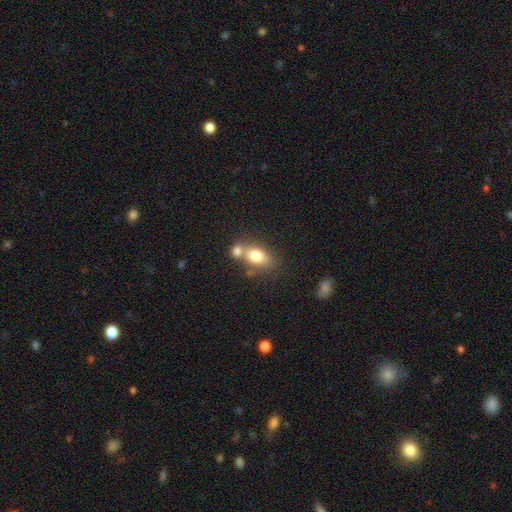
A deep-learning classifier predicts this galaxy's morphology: Smooth or featured?
  - smooth: 77% *
  - featured or disk: 14%
  - star or artifact: 9%
How rounded?
  - in between: 74% *
  - round: 23%
  - cigar-shaped: 3%
Merging?
  - merger: 44% *
  - none: 40%
  - minor disturbance: 12%
  - major disturbance: 5%